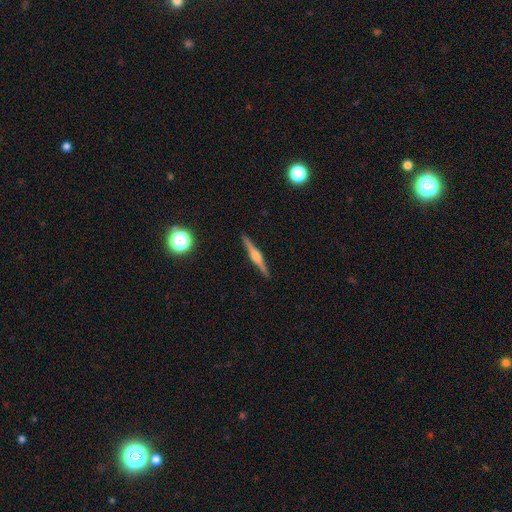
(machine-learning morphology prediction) This appears to be a featured or disk galaxy (78%) viewed edge-on (98%) with a rounded central bulge (84%). Merging: none (92%).